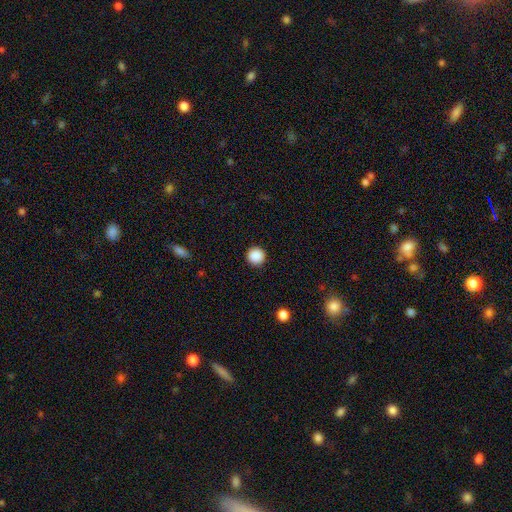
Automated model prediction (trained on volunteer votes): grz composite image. It shows a smooth galaxy with no disk features (89%) that is round (96%). Merging: none (93%).